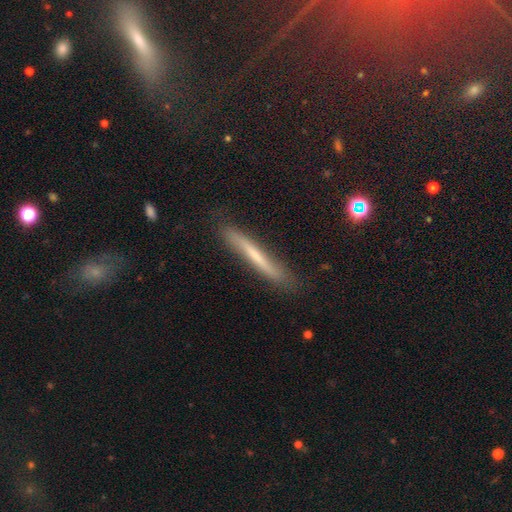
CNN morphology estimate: Q: Smooth or featured?
A: smooth (49%); runner-up: featured or disk (42%)
Q: Merging?
A: none (80%); runner-up: minor disturbance (15%)